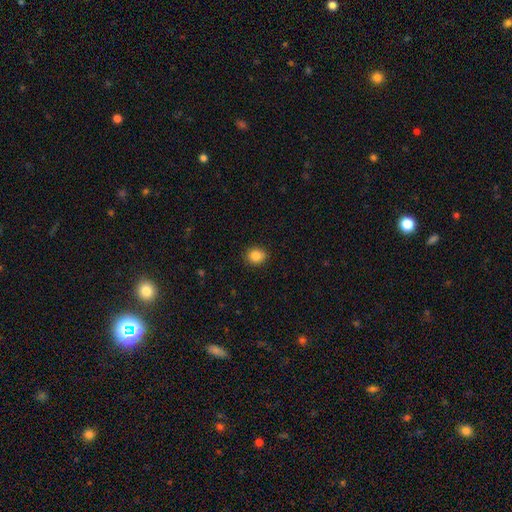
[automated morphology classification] This appears to be a smooth galaxy with no disk features (86%) that is round (65%). Merging: none (89%).